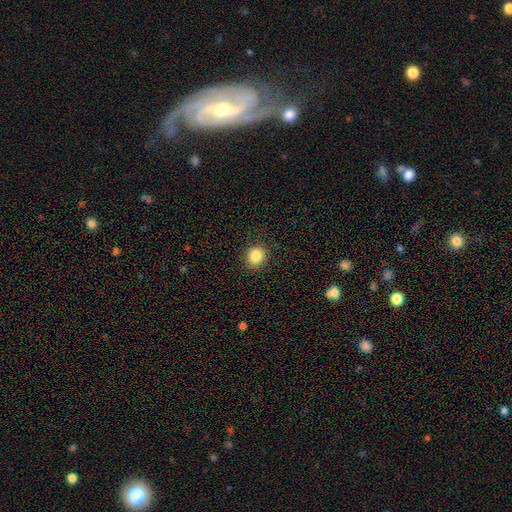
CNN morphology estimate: Smooth or featured? Predicted: smooth (p=0.85). How rounded? Predicted: round (p=0.77). Merging? Predicted: none (p=0.88).